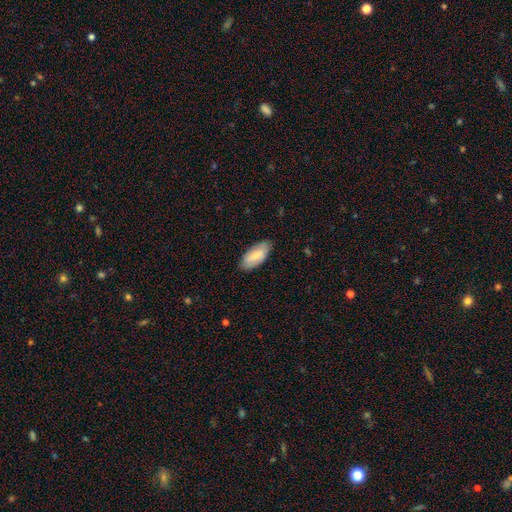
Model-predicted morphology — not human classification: Q: Smooth or featured?
A: smooth (71%); runner-up: featured or disk (24%)
Q: How rounded?
A: in between (91%); runner-up: cigar-shaped (7%)
Q: Merging?
A: none (84%); runner-up: minor disturbance (13%)